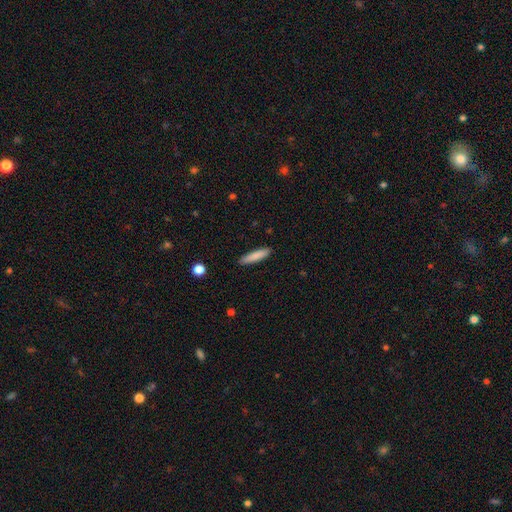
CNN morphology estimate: This appears to be a smooth galaxy with no disk features (84%) that is cigar-shaped (85%). Merging: none (89%).